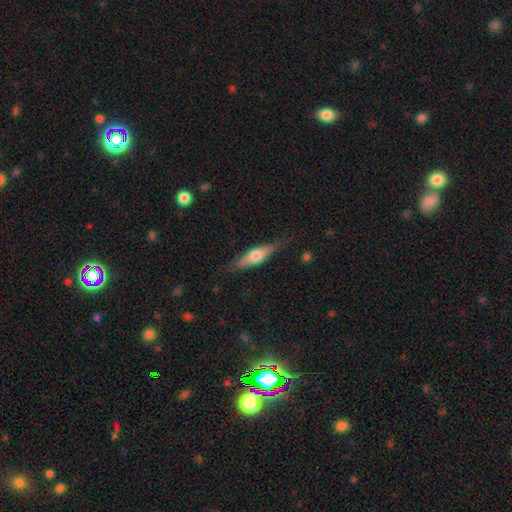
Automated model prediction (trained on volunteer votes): Overall: smooth (47%, tied with featured or disk). Merging: none (79%).